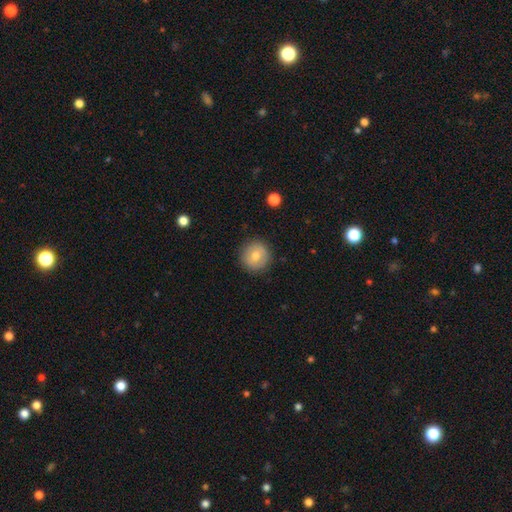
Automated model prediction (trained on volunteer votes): A smooth galaxy with no disk features (73%) that is round (94%).

Vote fractions:
- Smooth or featured? smooth: 73% / featured or disk: 18% / star or artifact: 8%
- How rounded? round: 94% / in between: 5% / cigar-shaped: 1%
- Merging? none: 88% / minor disturbance: 8% / major disturbance: 2% / merger: 1%